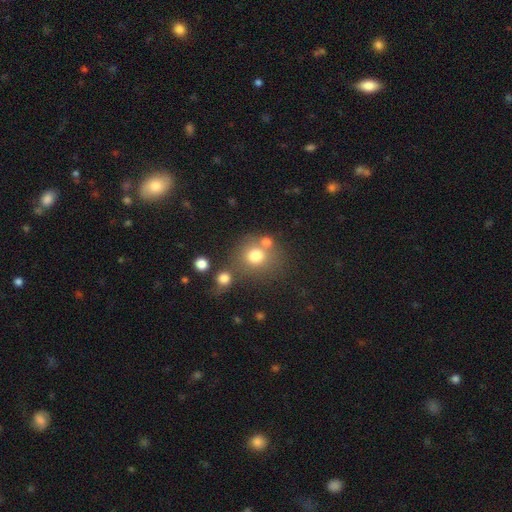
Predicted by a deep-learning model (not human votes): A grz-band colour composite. It shows a smooth galaxy with no disk features (74%) that is round (87%). Merging: none (61%).